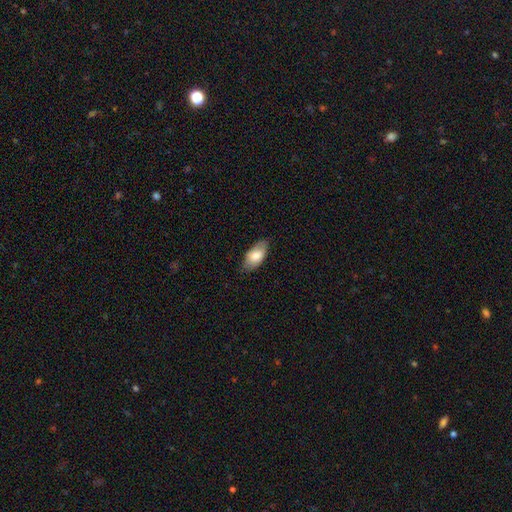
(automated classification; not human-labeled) This appears to be a smooth galaxy with no disk features (80%) that is in between round and cigar-shaped (93%). Merging: none (81%).